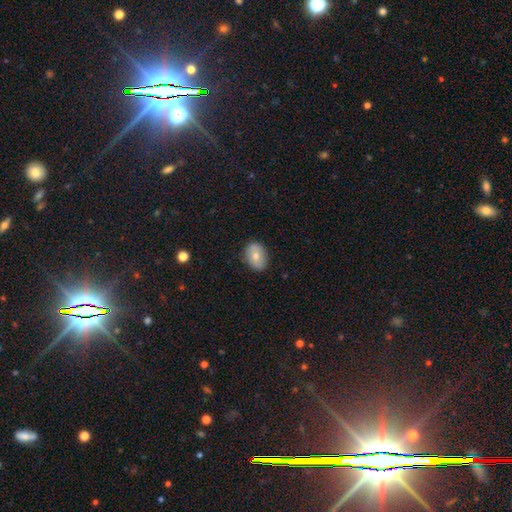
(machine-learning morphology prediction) This appears to be a smooth galaxy with no disk features (72%) that is in between round and cigar-shaped (72%). Merging: none (84%).